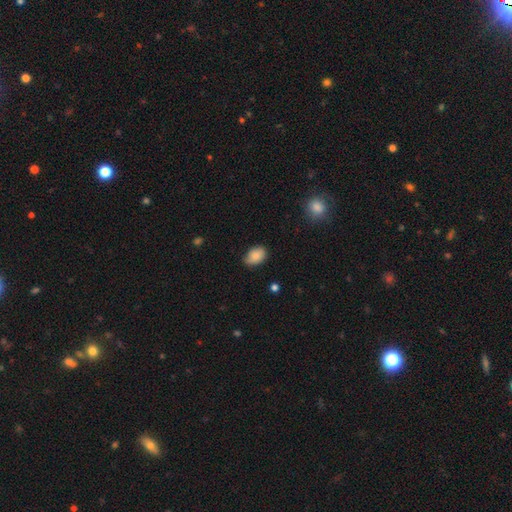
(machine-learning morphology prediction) This is clearly a smooth galaxy (84%). How rounded: clearly in between (85%). Merging: likely none (68%).